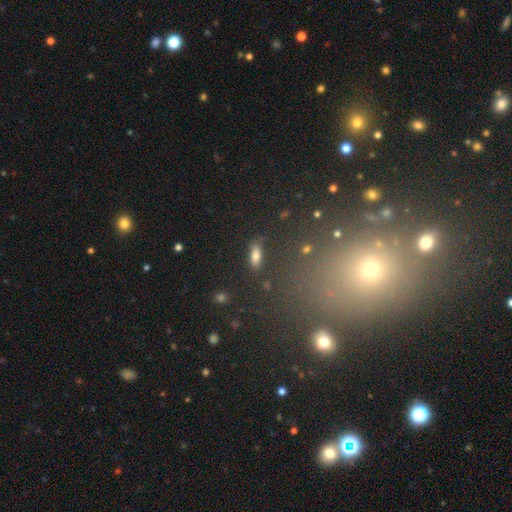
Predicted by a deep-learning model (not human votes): smooth-or-featured: smooth: 80% | star or artifact: 10% | featured or disk: 10%
  how-rounded: in between: 73% | cigar-shaped: 23% | round: 3%
  merging: none: 80% | minor disturbance: 12% | major disturbance: 4% | merger: 3%